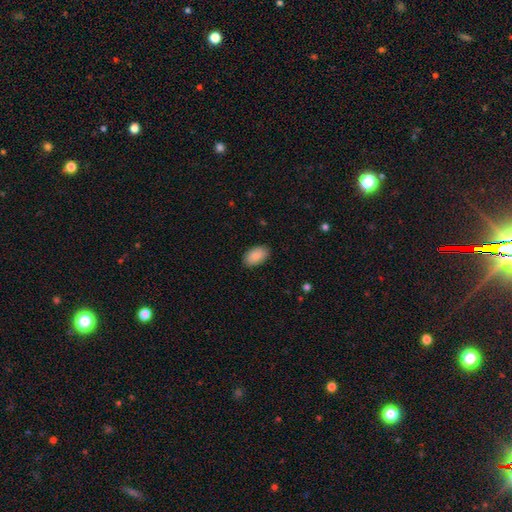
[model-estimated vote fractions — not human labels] A smooth galaxy with no disk features (89%) that is in between round and cigar-shaped (93%). Merging: none (87%).